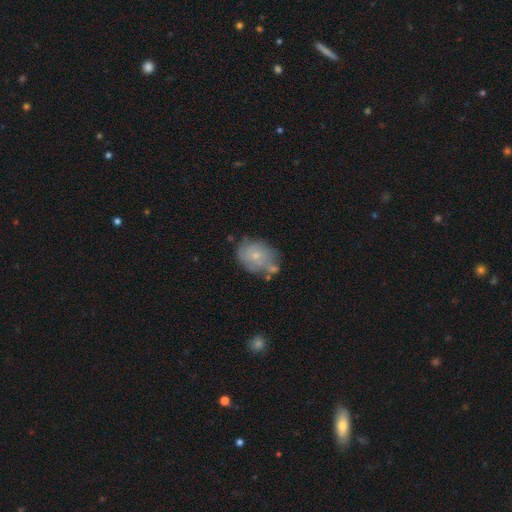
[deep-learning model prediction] This appears to be a smooth galaxy with no disk features (50%) that is in between round and cigar-shaped (61%). Merging: none (49%).